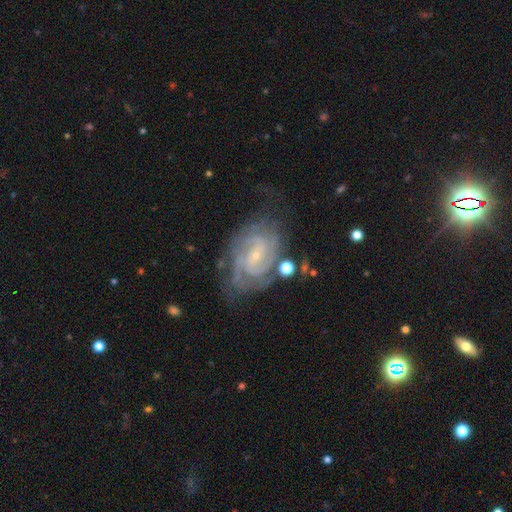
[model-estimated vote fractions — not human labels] smooth-or-featured: featured or disk: 88% | star or artifact: 6% | smooth: 5%
  disk-edge-on: no: 97% | yes: 3%
    bar: no: 49% | weak: 38% | strong: 13%
    has-spiral-arms: yes: 97% | no: 3%
      spiral-winding: tight: 67% | medium: 28% | loose: 5%
      spiral-arm-count: 2: 30% | 3: 22% | can't tell: 21% | 4: 15% | more than 4: 6% | 1: 5%
    bulge-size: small: 83% | moderate: 13% | none: 3% | large: 1% | dominant: 1%
  merging: none: 67% | minor disturbance: 20% | major disturbance: 9% | merger: 4%